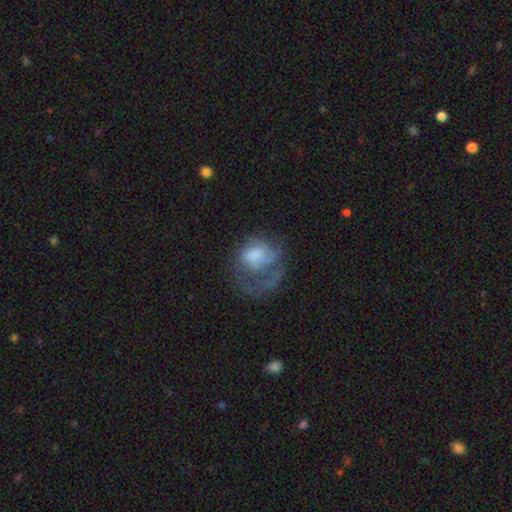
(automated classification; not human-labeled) A featured or disk galaxy (52%) with no bar (67%), spiral arms (51%) and a moderate central bulge (31%).

Vote fractions:
- Smooth or featured? featured or disk: 52% / smooth: 39% / star or artifact: 10%
- Edge-on disk? no: 98% / yes: 2%
- Bar? no: 67% / weak: 27% / strong: 6%
- Spiral arms? yes: 51% / no: 49%
- Bulge size? moderate: 31% / none: 27% / large: 19% / small: 19% / dominant: 3%
- Merging? major disturbance: 55% / none: 24% / minor disturbance: 17% / merger: 4%